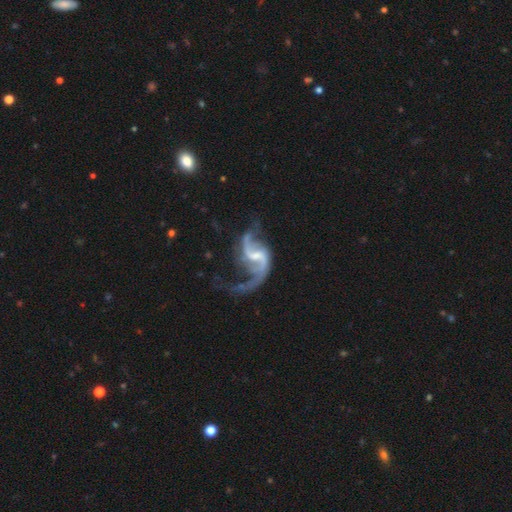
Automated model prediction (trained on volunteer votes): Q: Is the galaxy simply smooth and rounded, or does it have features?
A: featured or disk — 91%.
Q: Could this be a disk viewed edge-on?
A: no — 98%.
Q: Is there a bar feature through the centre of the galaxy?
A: weak — 56%.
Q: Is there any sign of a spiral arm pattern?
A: yes — 97%.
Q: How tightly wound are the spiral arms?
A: loose — 75%.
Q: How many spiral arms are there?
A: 2 — 87%.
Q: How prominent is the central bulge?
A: small — 52%.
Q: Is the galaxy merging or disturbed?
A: none — 51%.